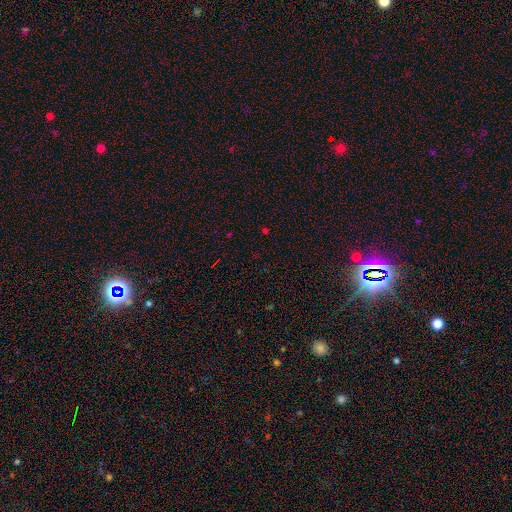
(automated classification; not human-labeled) This appears to be a star or artifact, not a galaxy (67%).